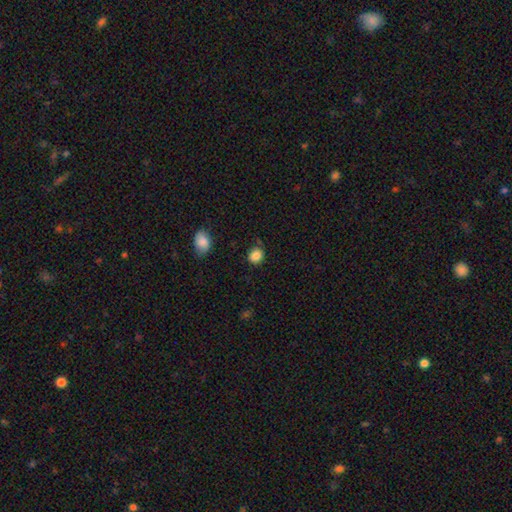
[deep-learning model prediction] smooth 86%, star or artifact 10%, featured or disk 5%. Down the decision tree: how rounded — round (68%); merging — none (75%).